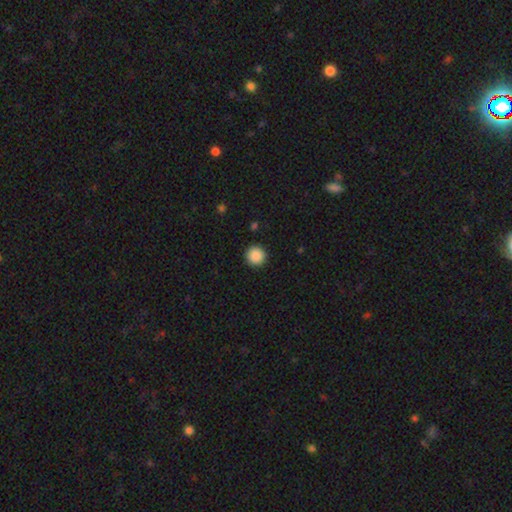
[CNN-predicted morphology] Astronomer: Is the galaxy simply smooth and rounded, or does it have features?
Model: smooth — 89%.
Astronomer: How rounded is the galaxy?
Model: round — 96%.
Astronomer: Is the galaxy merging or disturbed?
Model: none — 92%.